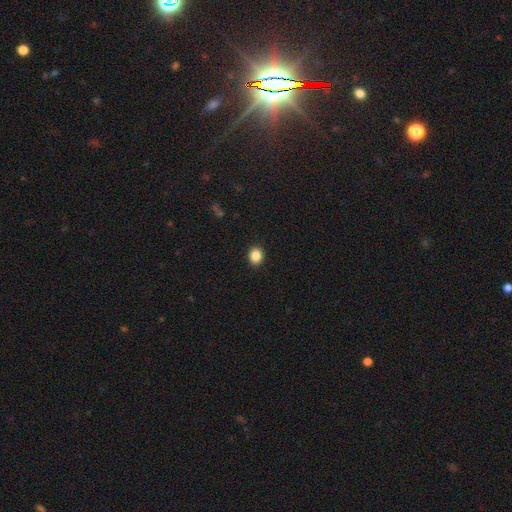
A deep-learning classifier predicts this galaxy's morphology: This is clearly a smooth galaxy (87%). How rounded: likely round (60%). Merging: clearly none (91%).